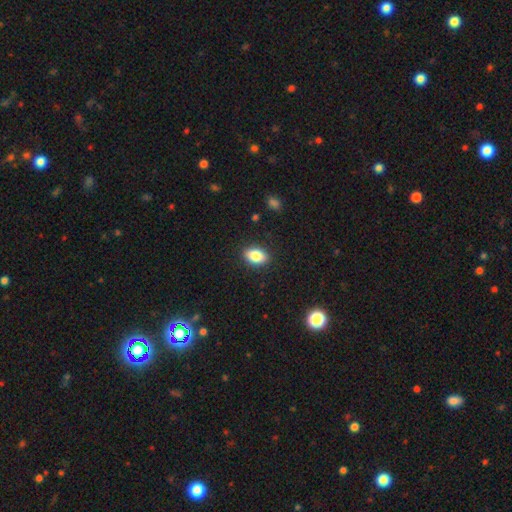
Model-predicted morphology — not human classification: Overall: smooth (85%). How rounded: in between (86%). Merging: none (88%).